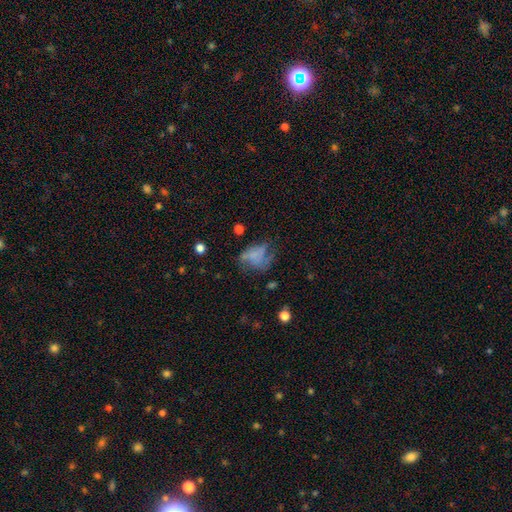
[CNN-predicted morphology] Overall: smooth (49%; featured or disk 37%). Merging: major disturbance (37%; none 35%).